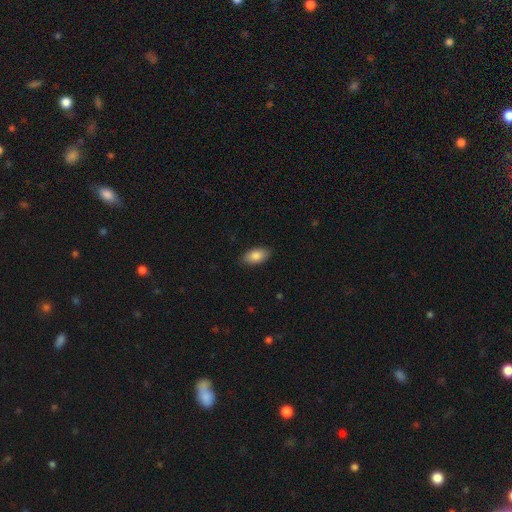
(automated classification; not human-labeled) This appears to be a smooth galaxy with no disk features (86%) that is in between round and cigar-shaped (93%). Merging: none (88%).